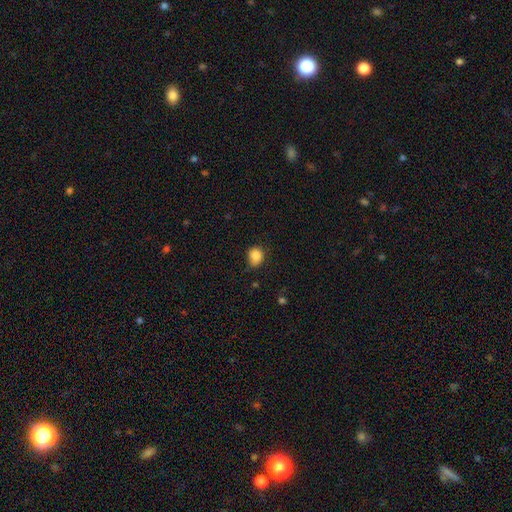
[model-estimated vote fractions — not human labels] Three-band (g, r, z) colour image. It shows a smooth galaxy with no disk features (85%) that is round (73%). Merging: none (68%).